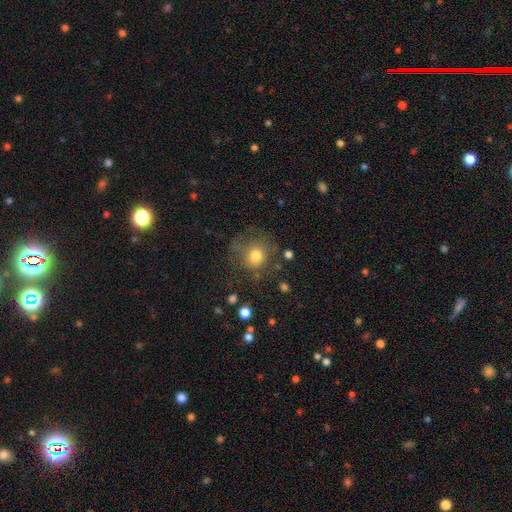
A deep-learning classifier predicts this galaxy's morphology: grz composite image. It shows a smooth galaxy with no disk features (75%) that is round (87%). Merging: none (64%).